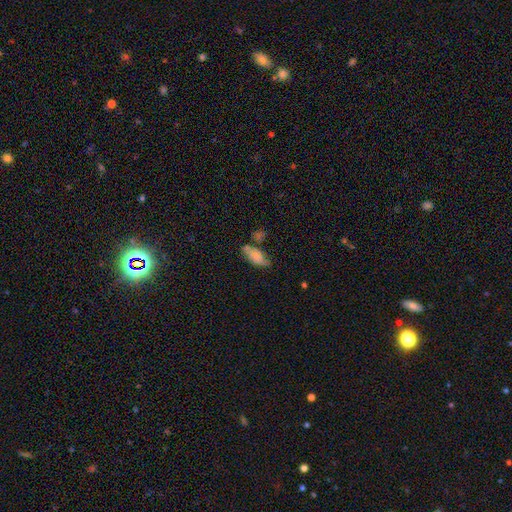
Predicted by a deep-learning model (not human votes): This appears to be a smooth galaxy with no disk features (70%) that is in between round and cigar-shaped (84%). Merging: none (41%).